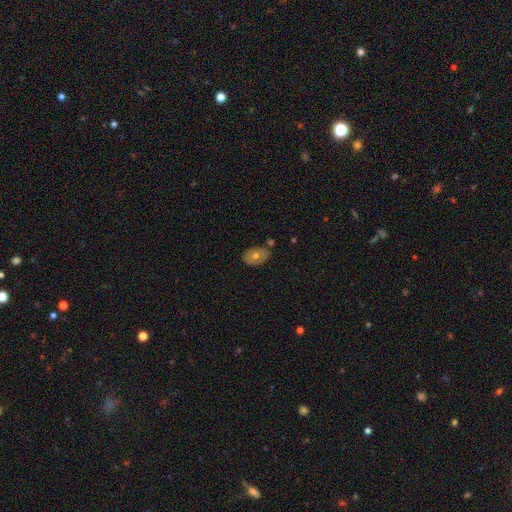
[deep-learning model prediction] A smooth galaxy with no disk features (51%) that is in between round and cigar-shaped (76%).

Vote fractions:
- Smooth or featured? smooth: 51% / featured or disk: 41% / star or artifact: 9%
- How rounded? in between: 76% / round: 23% / cigar-shaped: 1%
- Merging? none: 73% / minor disturbance: 16% / merger: 7% / major disturbance: 4%